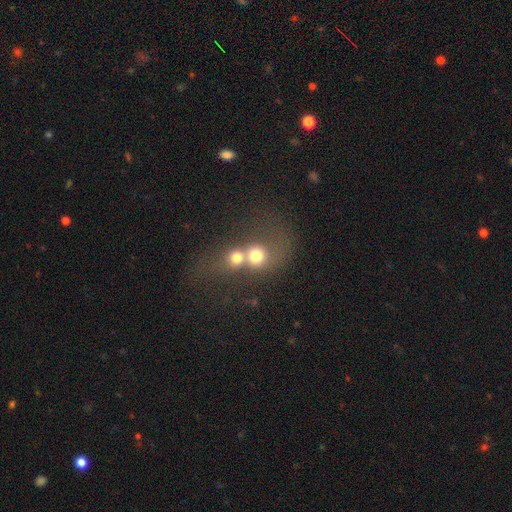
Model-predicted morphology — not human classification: smooth-or-featured: smooth: 65% | featured or disk: 21% | star or artifact: 14%
  how-rounded: round: 77% | in between: 22% | cigar-shaped: 1%
  merging: merger: 74% | none: 16% | major disturbance: 6% | minor disturbance: 4%